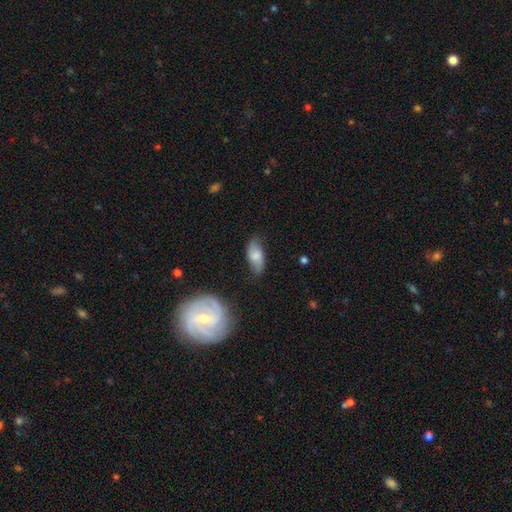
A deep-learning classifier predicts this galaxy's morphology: Overall: smooth (65%; featured or disk 28%). How rounded: in between (86%). Merging: none (71%).